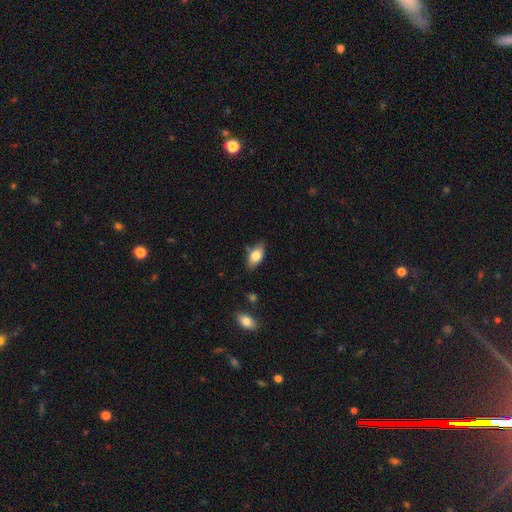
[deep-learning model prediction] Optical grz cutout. It shows a smooth galaxy with no disk features (79%) that is in between round and cigar-shaped (90%). Merging: none (77%).